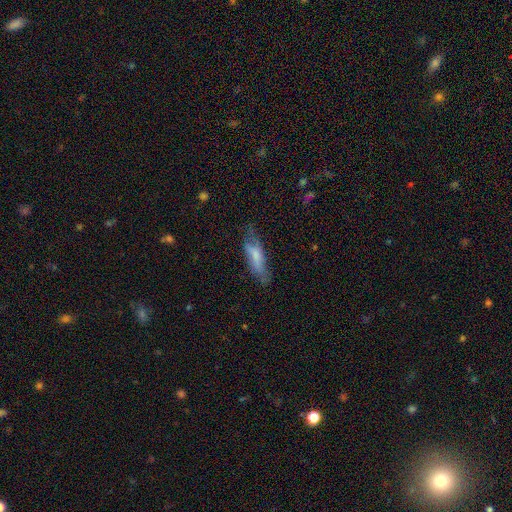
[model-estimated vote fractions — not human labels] Smooth or featured?
  - smooth: 61% *
  - featured or disk: 32%
  - star or artifact: 7%
How rounded?
  - cigar-shaped: 55% *
  - in between: 43%
  - round: 2%
Merging?
  - none: 53% *
  - minor disturbance: 29%
  - major disturbance: 16%
  - merger: 3%